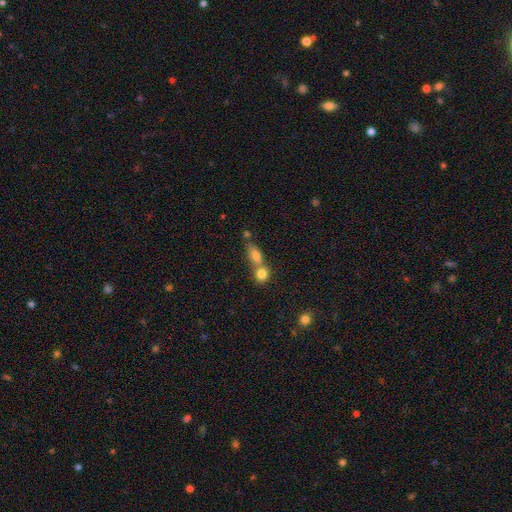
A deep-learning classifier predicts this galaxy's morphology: Smooth or featured? Predicted: smooth (p=0.78). How rounded? Predicted: in between (p=0.70). Merging? Predicted: merger (p=0.53).